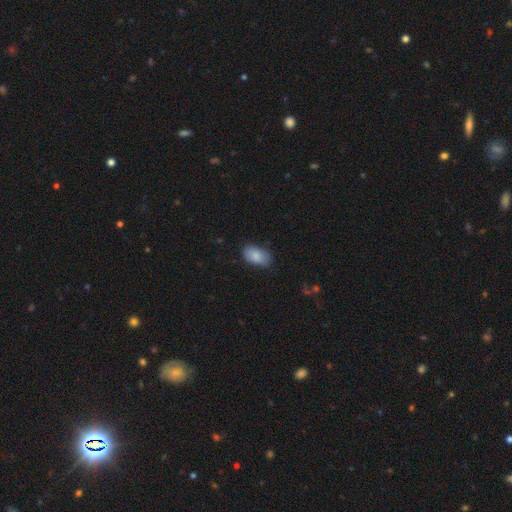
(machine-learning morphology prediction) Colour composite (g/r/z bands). It shows a smooth galaxy with no disk features (86%) that is in between round and cigar-shaped (93%). Merging: none (76%).